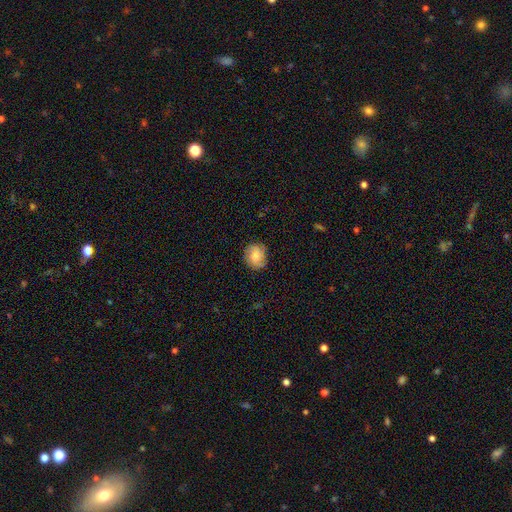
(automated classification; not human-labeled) Smooth or featured?
  - smooth: 64% *
  - featured or disk: 27%
  - star or artifact: 8%
How rounded?
  - round: 66% *
  - in between: 33%
  - cigar-shaped: 1%
Merging?
  - none: 81% *
  - minor disturbance: 14%
  - major disturbance: 4%
  - merger: 1%